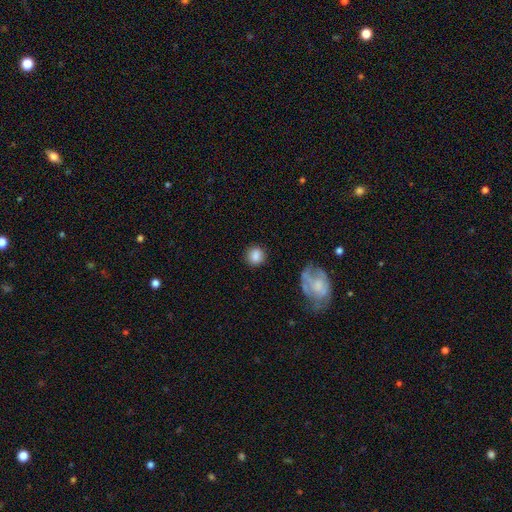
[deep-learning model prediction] Smooth or featured? smooth (85%)
How rounded? round (88%)
Merging? none (87%)